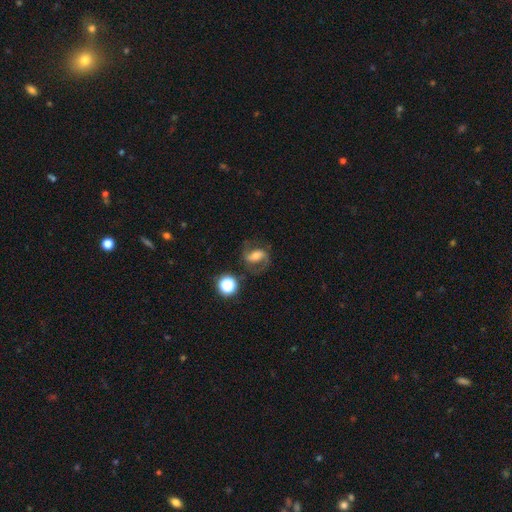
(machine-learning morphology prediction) A featured or disk galaxy (72%) with a strong bar (40%), 2 (89%) medium (53%) spiral arms (91%) and a moderate central bulge (55%). Merging: none (71%).